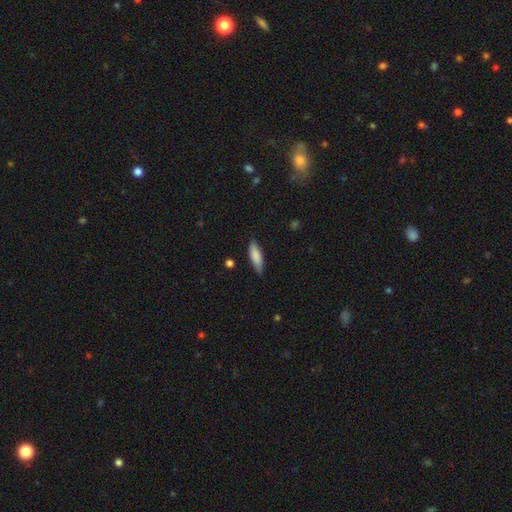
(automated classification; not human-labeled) Smooth or featured? Predicted: smooth (p=0.82). How rounded? Predicted: cigar-shaped (p=0.52). Merging? Predicted: none (p=0.82).